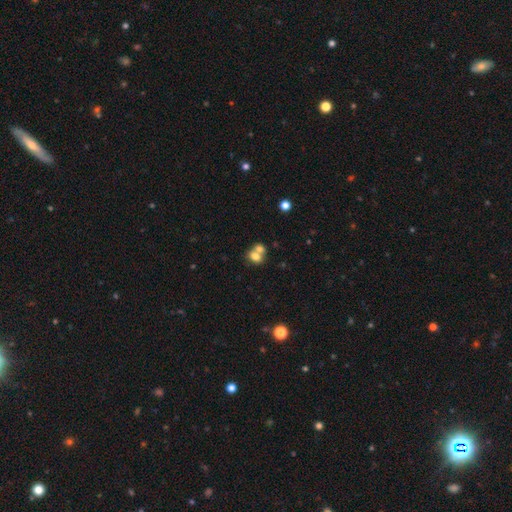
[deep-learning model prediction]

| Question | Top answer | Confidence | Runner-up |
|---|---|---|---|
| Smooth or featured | smooth | 73% | featured or disk (17%) |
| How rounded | in between | 54% | round (44%) |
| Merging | merger | 59% | none (30%) |